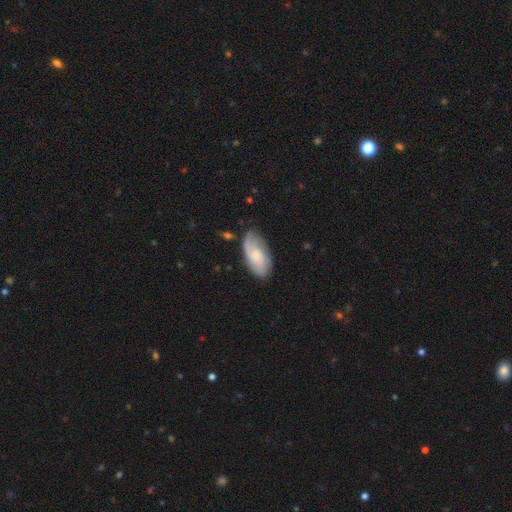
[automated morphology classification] Q: Smooth or featured?
A: featured or disk (50%); runner-up: smooth (44%)
Q: Merging?
A: none (70%); runner-up: minor disturbance (22%)